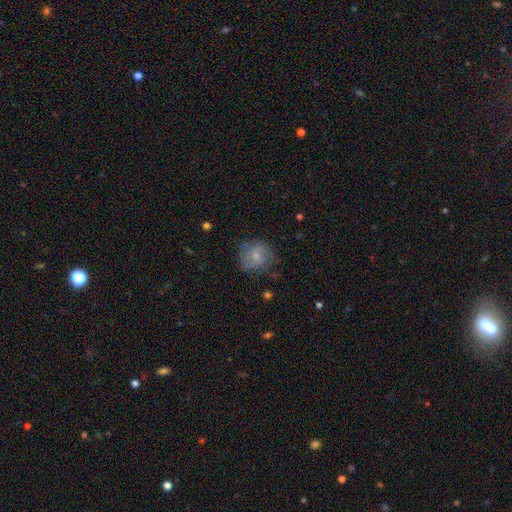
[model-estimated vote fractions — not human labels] Q: Smooth or featured?
A: smooth (63%); runner-up: featured or disk (29%)
Q: How rounded?
A: round (79%); runner-up: in between (20%)
Q: Merging?
A: none (63%); runner-up: minor disturbance (24%)